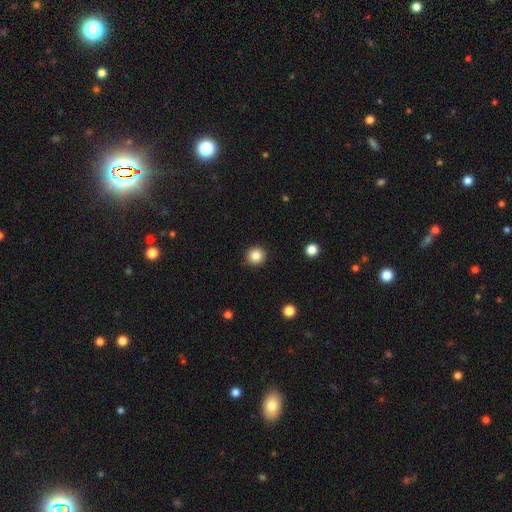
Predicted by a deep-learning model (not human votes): This is clearly a smooth galaxy (85%). How rounded: clearly round (93%). Merging: clearly none (92%).